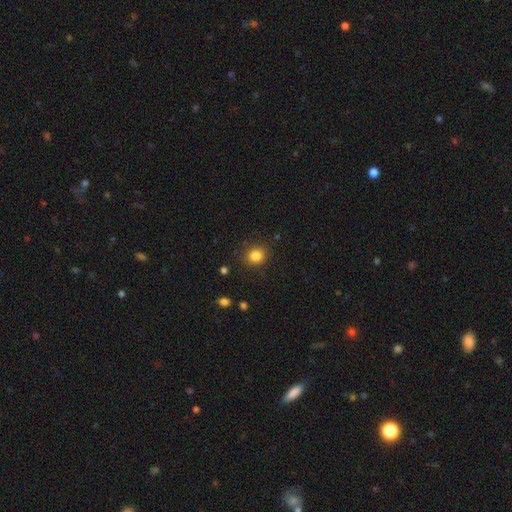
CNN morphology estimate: smooth_or_featured: smooth (p=0.84) [alt: star or artifact p=0.11]
how_rounded: round (p=0.82) [alt: in between p=0.17]
merging: none (p=0.87) [alt: minor disturbance p=0.08]